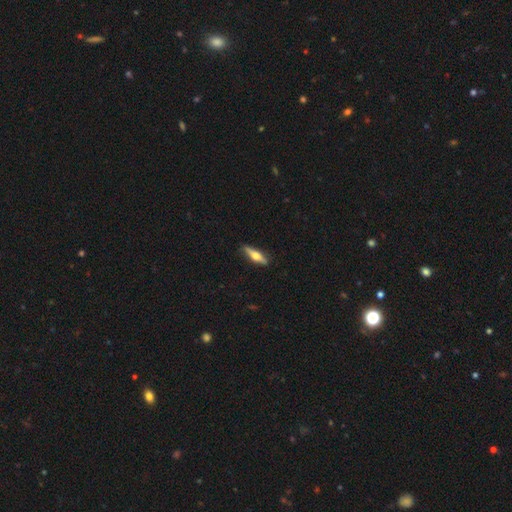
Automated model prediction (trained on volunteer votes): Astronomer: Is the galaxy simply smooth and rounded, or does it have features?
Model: featured or disk — 52% (runner-up: smooth, 42%).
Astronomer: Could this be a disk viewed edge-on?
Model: yes — 94%.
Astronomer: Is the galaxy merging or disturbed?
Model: none — 85%.